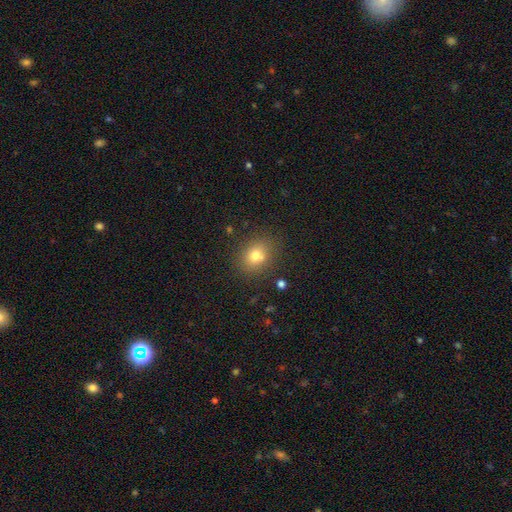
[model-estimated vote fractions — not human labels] This appears to be a smooth galaxy with no disk features (75%) that is round (56%). Merging: none (79%).